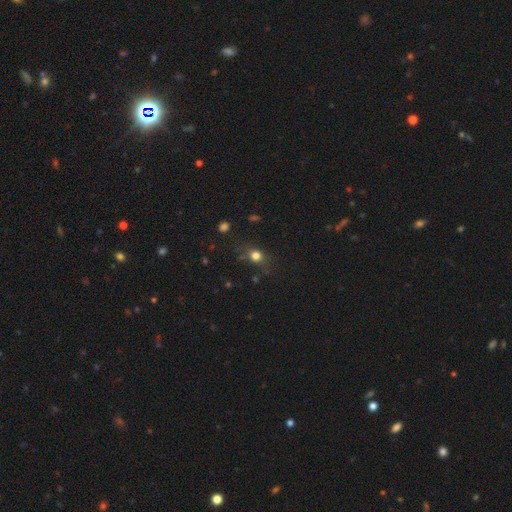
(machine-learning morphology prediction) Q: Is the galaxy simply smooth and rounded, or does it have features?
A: smooth — 75%.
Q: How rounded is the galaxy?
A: round — 66%.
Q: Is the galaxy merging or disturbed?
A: none — 73%.